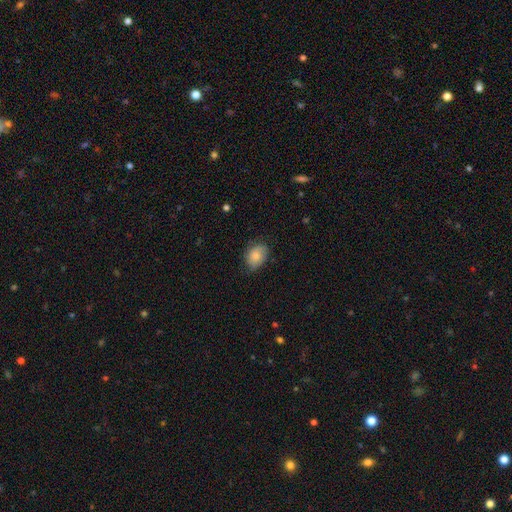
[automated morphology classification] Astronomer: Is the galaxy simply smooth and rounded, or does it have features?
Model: smooth — 77%.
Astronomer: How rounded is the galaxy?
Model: in between — 71%.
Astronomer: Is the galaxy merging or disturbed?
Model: none — 67%.